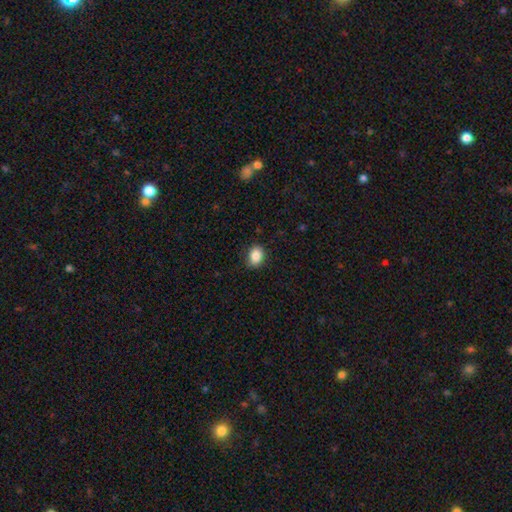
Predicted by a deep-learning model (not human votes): Smooth or featured: smooth — 88% (star or artifact — 8%)
How rounded: in between — 73% (round — 26%)
Merging: none — 84% (minor disturbance — 12%)